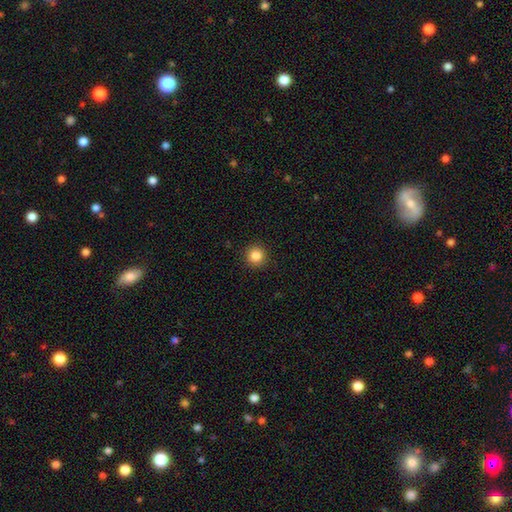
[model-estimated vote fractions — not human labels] Smooth or featured? smooth (86%)
How rounded? round (95%)
Merging? none (92%)